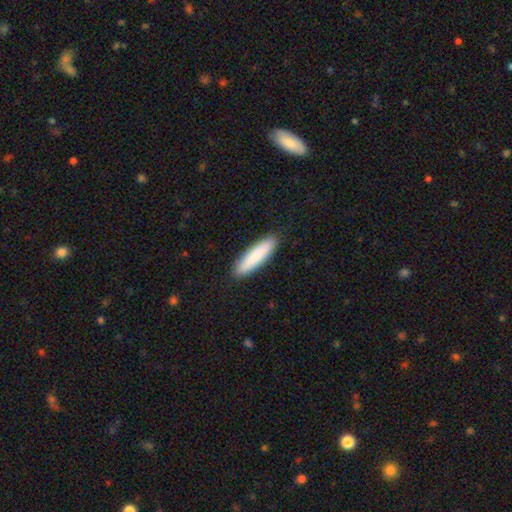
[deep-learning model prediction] Overall: smooth (86%). How rounded: cigar-shaped (78%). Merging: none (91%).